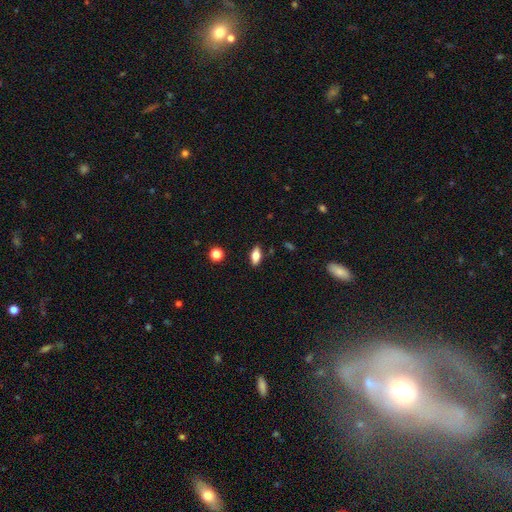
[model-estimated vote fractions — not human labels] Smooth or featured: smooth — 72% (featured or disk — 20%)
How rounded: in between — 84% (cigar-shaped — 12%)
Merging: none — 88% (minor disturbance — 9%)